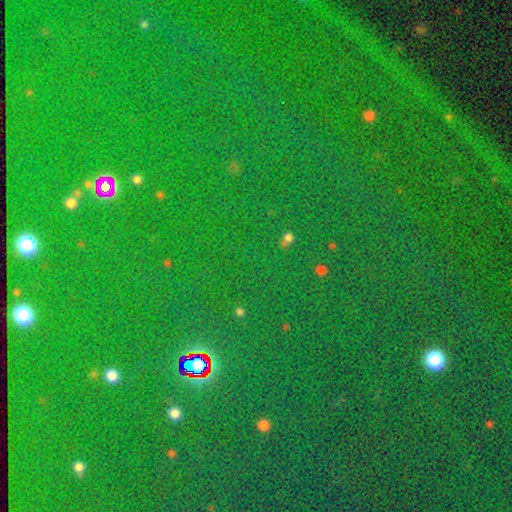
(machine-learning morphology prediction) Smooth or featured?
  - star or artifact: 82% *
  - smooth: 12%
  - featured or disk: 7%